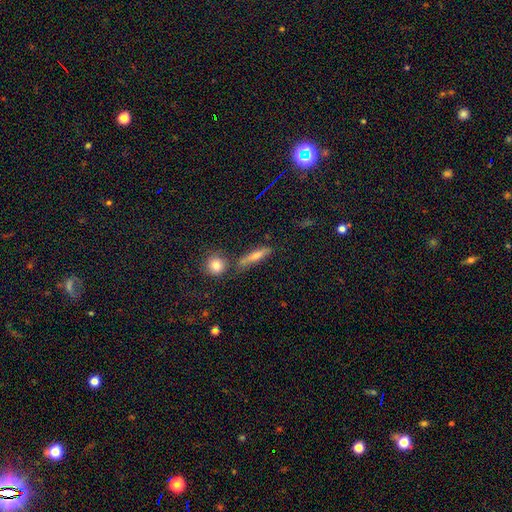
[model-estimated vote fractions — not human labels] Smooth or featured? smooth (50%)
Merging? none (75%)